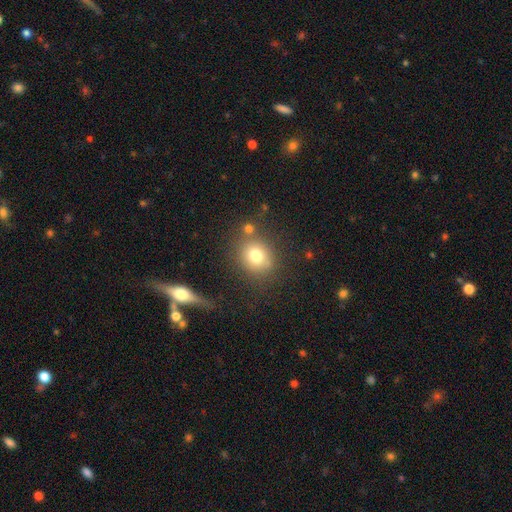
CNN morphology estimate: smooth_or_featured: smooth (p=0.76) [alt: star or artifact p=0.12]
how_rounded: round (p=0.78) [alt: in between p=0.21]
merging: none (p=0.71) [alt: minor disturbance p=0.12]